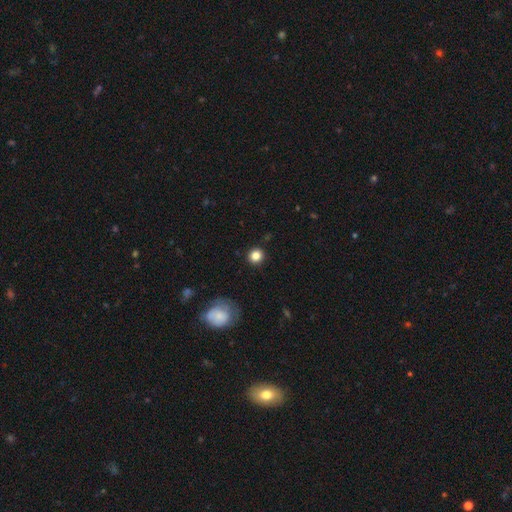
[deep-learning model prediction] Smooth or featured?
  - smooth: 84% *
  - star or artifact: 11%
  - featured or disk: 5%
How rounded?
  - round: 92% *
  - in between: 7%
  - cigar-shaped: 1%
Merging?
  - none: 91% *
  - minor disturbance: 6%
  - major disturbance: 2%
  - merger: 1%